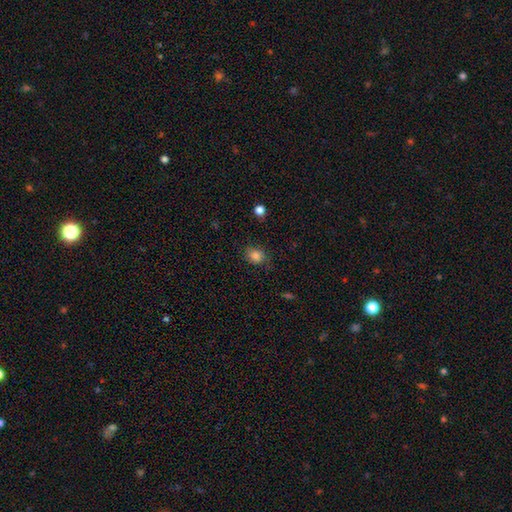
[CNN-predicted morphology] A smooth galaxy with no disk features (84%) that is round (61%).

Vote fractions:
- Smooth or featured? smooth: 84% / star or artifact: 11% / featured or disk: 5%
- How rounded? round: 61% / in between: 38% / cigar-shaped: 1%
- Merging? none: 75% / minor disturbance: 18% / major disturbance: 5% / merger: 2%